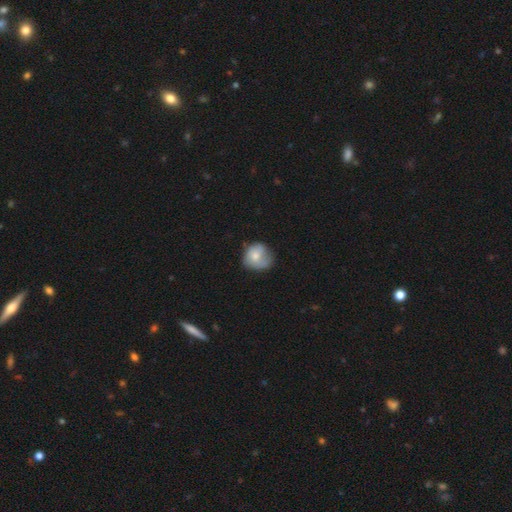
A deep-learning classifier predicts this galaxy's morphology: Smooth or featured: smooth — 63% (featured or disk — 29%)
How rounded: round — 73% (in between — 26%)
Merging: none — 47% (minor disturbance — 33%)